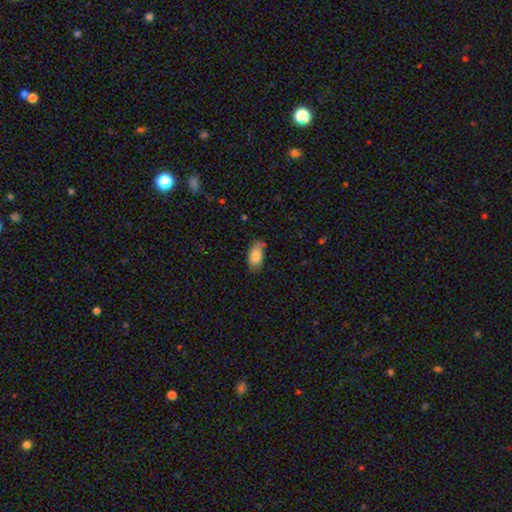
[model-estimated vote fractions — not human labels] Smooth or featured: smooth — 85% (featured or disk — 8%)
How rounded: in between — 92% (cigar-shaped — 5%)
Merging: none — 71% (minor disturbance — 21%)